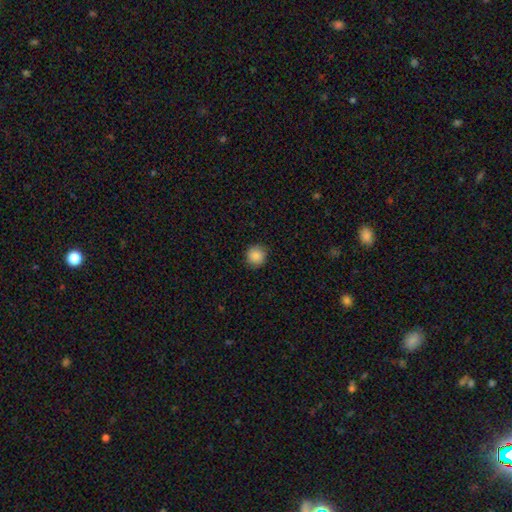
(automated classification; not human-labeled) Smooth or featured? smooth (87%)
How rounded? round (94%)
Merging? none (91%)